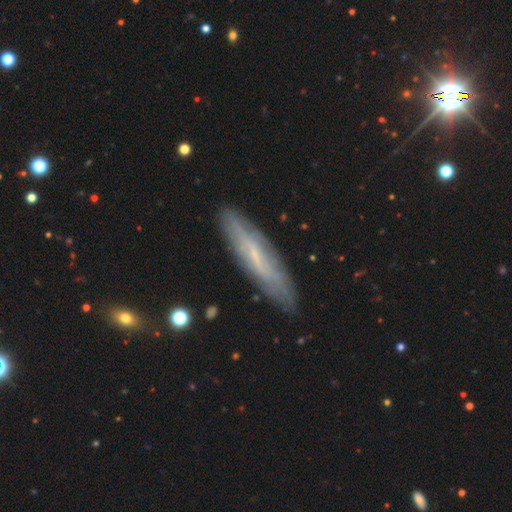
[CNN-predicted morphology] This is possibly a featured or disk galaxy (54%). It is possibly viewed edge-on (57%). Merging: clearly none (83%).